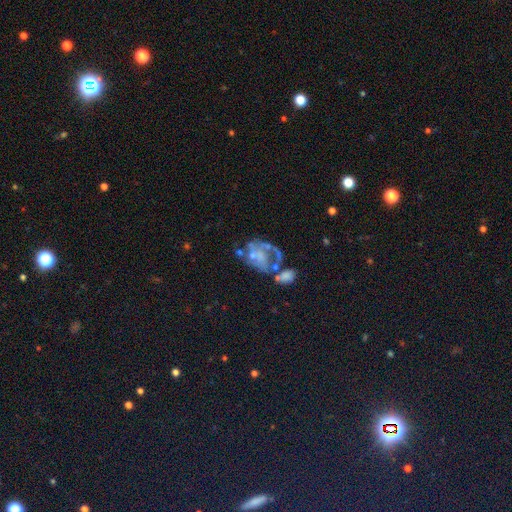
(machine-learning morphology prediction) Smooth or featured? Predicted: featured or disk (p=0.67). Edge-on disk? Predicted: no (p=0.98). Bar? Predicted: no (p=0.77). Spiral arms? Predicted: no (p=0.52). Bulge size? Predicted: none (p=0.44). Merging? Predicted: major disturbance (p=0.36).